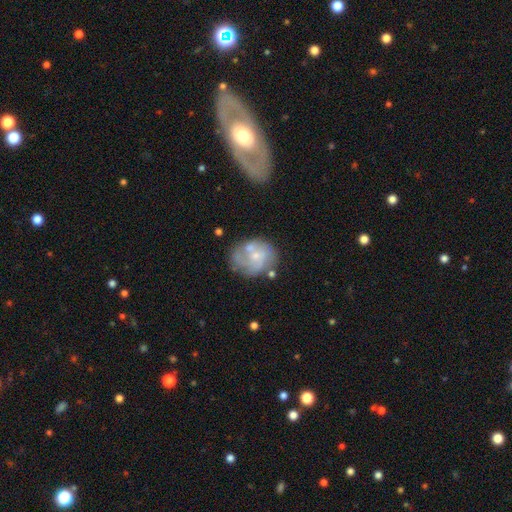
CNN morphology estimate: featured or disk 62%, smooth 30%, star or artifact 7%. Down the decision tree: edge-on disk — no (98%); bar — no (76%); spiral arms — yes (63%); bulge size — small (65%); merging — none (47%).